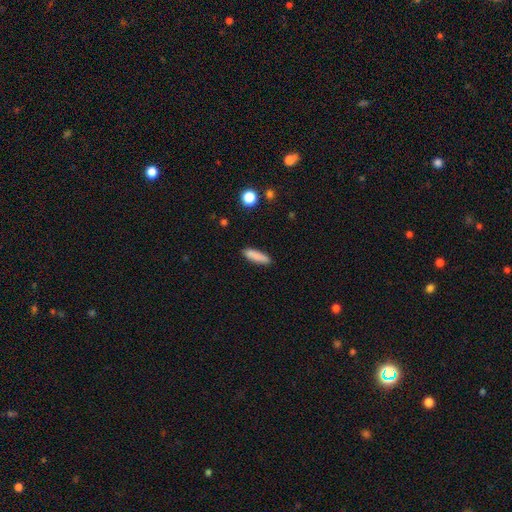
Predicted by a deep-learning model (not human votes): This appears to be a smooth galaxy with no disk features (86%) that is cigar-shaped (69%). Merging: none (87%).